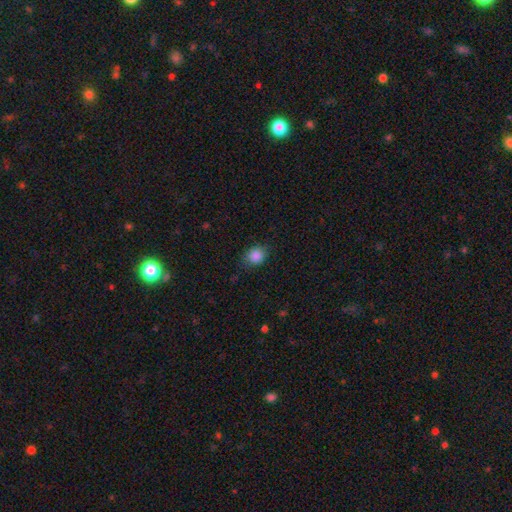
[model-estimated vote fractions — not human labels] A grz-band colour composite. It shows a smooth galaxy with no disk features (87%) that is round (63%). Merging: none (77%).